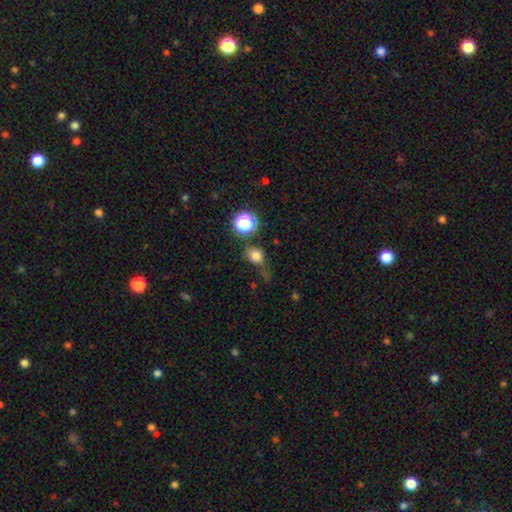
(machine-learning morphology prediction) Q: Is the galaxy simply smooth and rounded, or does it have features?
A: smooth — 74%.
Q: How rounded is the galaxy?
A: round — 64%.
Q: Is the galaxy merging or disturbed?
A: none — 44%.